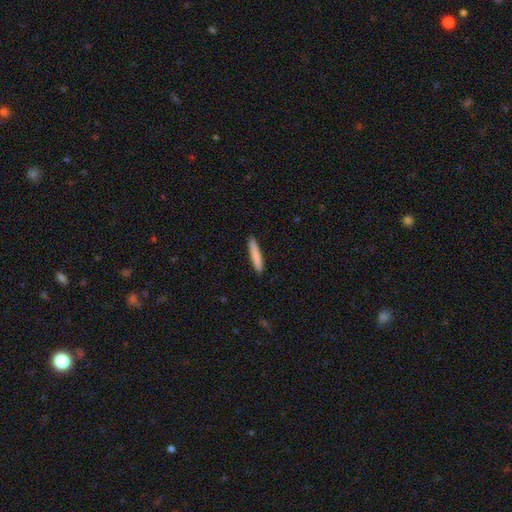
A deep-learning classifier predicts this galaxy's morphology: Smooth or featured: smooth — 83% (featured or disk — 12%)
How rounded: cigar-shaped — 94% (in between — 5%)
Merging: none — 91% (minor disturbance — 6%)